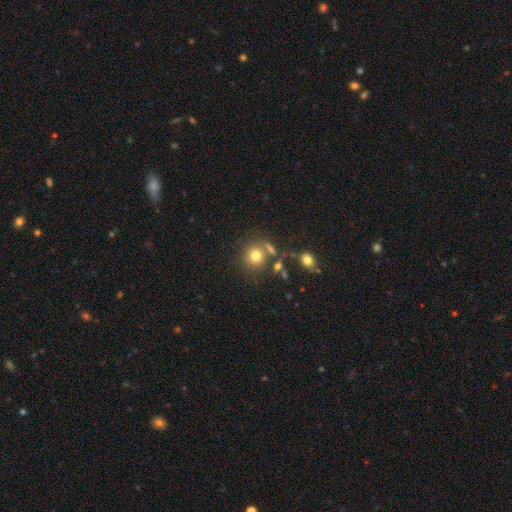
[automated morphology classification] smooth_or_featured: smooth (p=0.75) [alt: star or artifact p=0.14]
how_rounded: round (p=0.87) [alt: in between p=0.12]
merging: none (p=0.68) [alt: merger p=0.15]